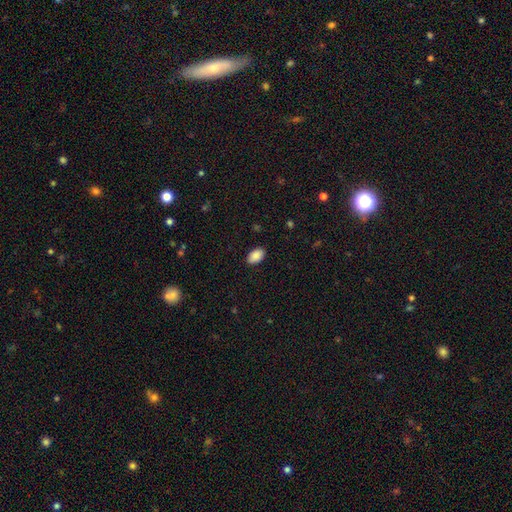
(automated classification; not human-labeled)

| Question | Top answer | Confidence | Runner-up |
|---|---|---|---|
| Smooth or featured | smooth | 89% | star or artifact (7%) |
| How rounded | in between | 93% | round (5%) |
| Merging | none | 88% | minor disturbance (8%) |